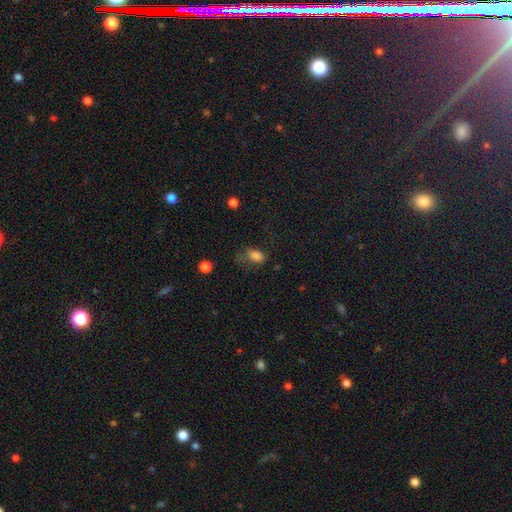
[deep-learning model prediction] Smooth or featured: smooth — 78% (star or artifact — 13%)
How rounded: in between — 84% (round — 12%)
Merging: none — 38% (major disturbance — 31%)